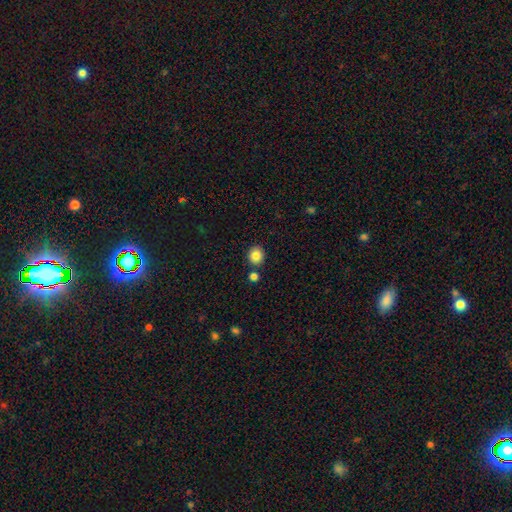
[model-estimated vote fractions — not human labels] A smooth galaxy with no disk features (86%) that is round (79%).

Vote fractions:
- Smooth or featured? smooth: 86% / star or artifact: 9% / featured or disk: 5%
- How rounded? round: 79% / in between: 20% / cigar-shaped: 1%
- Merging? none: 80% / merger: 9% / minor disturbance: 8% / major disturbance: 2%